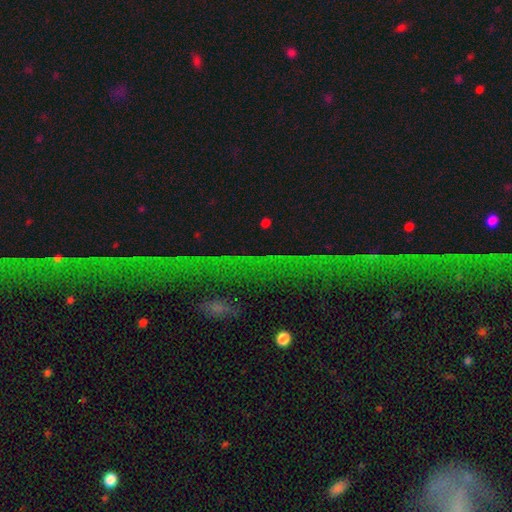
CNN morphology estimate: smooth-or-featured: star or artifact: 76% | featured or disk: 13% | smooth: 10%